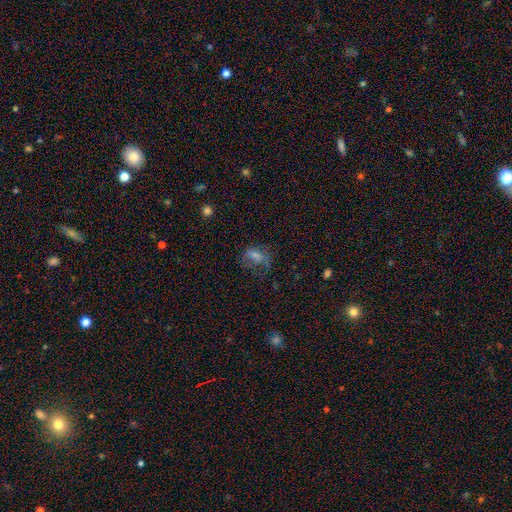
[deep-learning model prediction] Overall: smooth (45%; featured or disk 32%). Merging: none (41%; major disturbance 34%).